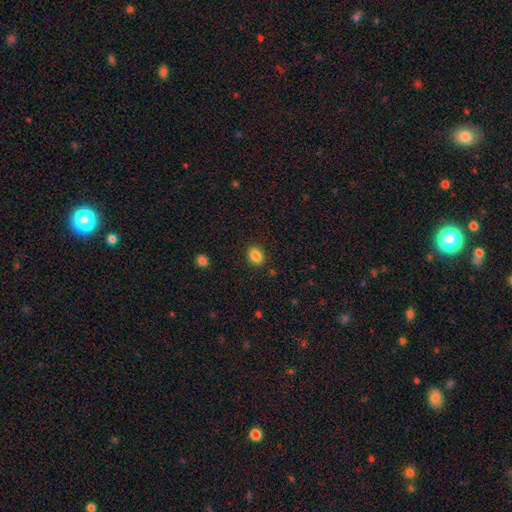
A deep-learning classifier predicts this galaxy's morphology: Smooth or featured?
  - smooth: 87% *
  - star or artifact: 10%
  - featured or disk: 3%
How rounded?
  - in between: 70% *
  - round: 28%
  - cigar-shaped: 1%
Merging?
  - none: 86% *
  - minor disturbance: 9%
  - major disturbance: 3%
  - merger: 2%